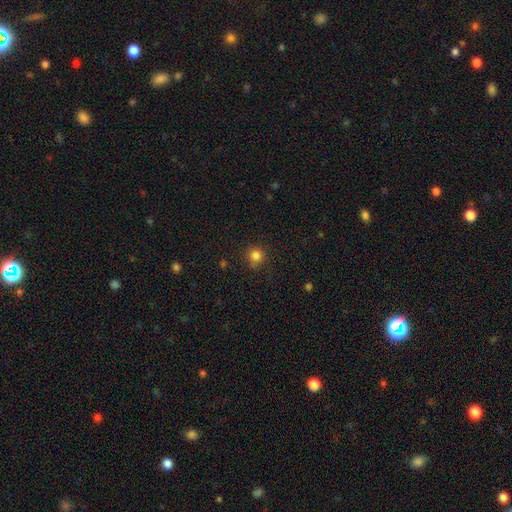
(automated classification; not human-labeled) Smooth or featured? smooth (83%)
How rounded? round (91%)
Merging? none (81%)